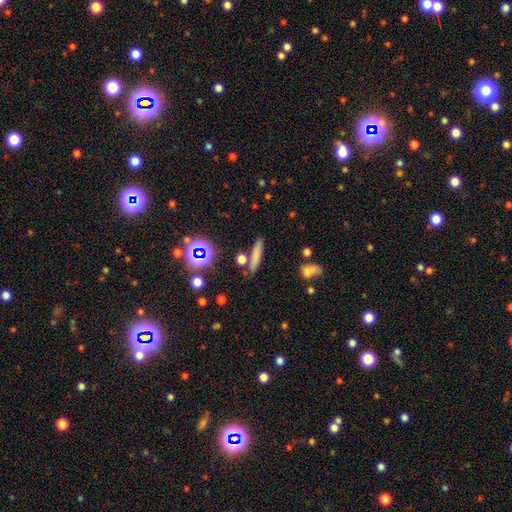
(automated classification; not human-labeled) Morphology: type=smooth (71%); roundness=cigar-shaped (84%); merging=none (79%).